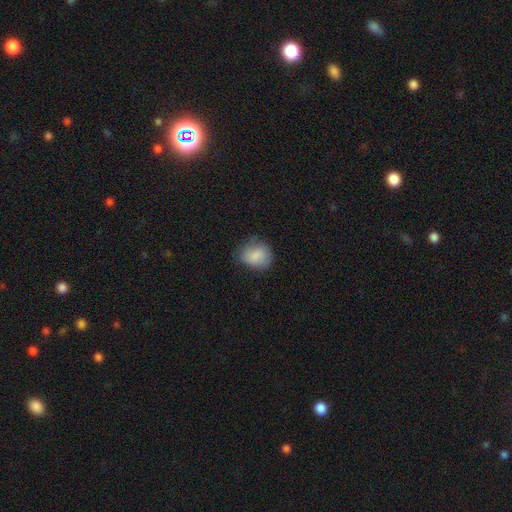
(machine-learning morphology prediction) A smooth galaxy with no disk features (84%) that is round (55%).

Vote fractions:
- Smooth or featured? smooth: 84% / featured or disk: 8% / star or artifact: 8%
- How rounded? round: 55% / in between: 43% / cigar-shaped: 1%
- Merging? none: 63% / minor disturbance: 28% / major disturbance: 8% / merger: 1%